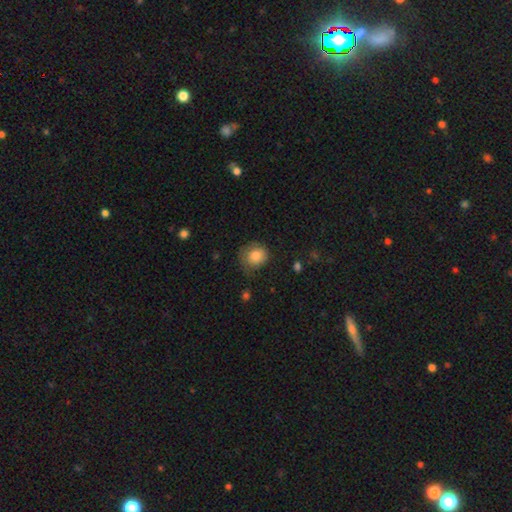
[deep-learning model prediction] smooth_or_featured: smooth (p=0.82) [alt: featured or disk p=0.10]
how_rounded: round (p=0.81) [alt: in between p=0.18]
merging: none (p=0.56) [alt: minor disturbance p=0.30]